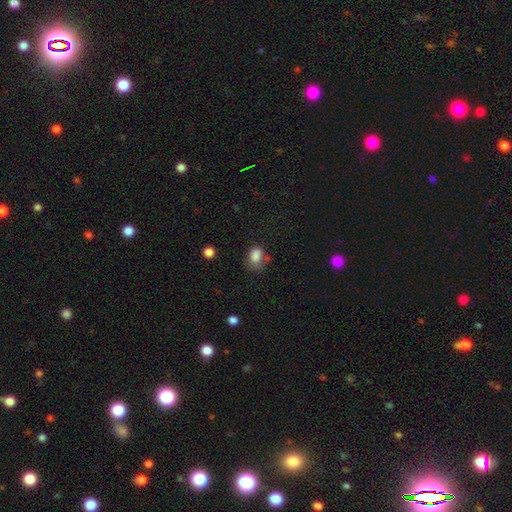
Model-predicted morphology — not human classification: This appears to be a smooth galaxy with no disk features (83%) that is in between round and cigar-shaped (66%). Merging: none (48%).